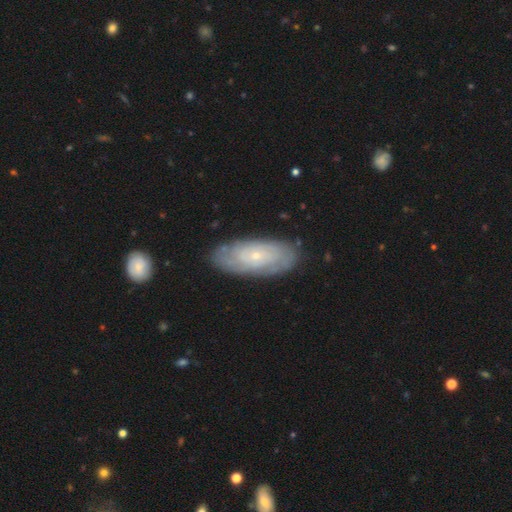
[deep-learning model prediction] Smooth or featured? Predicted: featured or disk (p=0.68). Edge-on disk? Predicted: no (p=0.91). Bar? Predicted: no (p=0.82). Spiral arms? Predicted: yes (p=0.80). Bulge size? Predicted: small (p=0.83). Merging? Predicted: none (p=0.81).